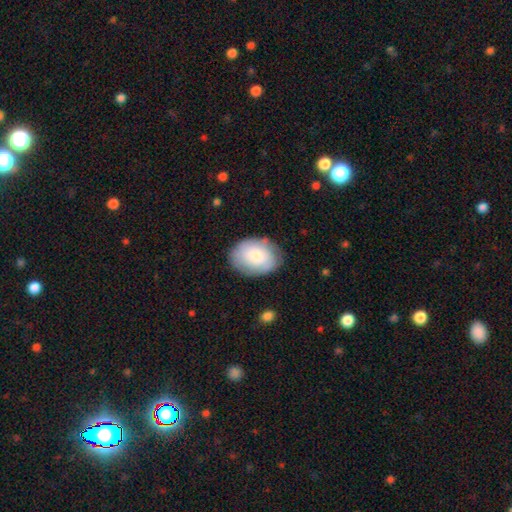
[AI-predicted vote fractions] smooth-or-featured: smooth: 75% | featured or disk: 18% | star or artifact: 6%
  how-rounded: in between: 74% | round: 25% | cigar-shaped: 1%
  merging: none: 78% | minor disturbance: 17% | major disturbance: 4% | merger: 1%